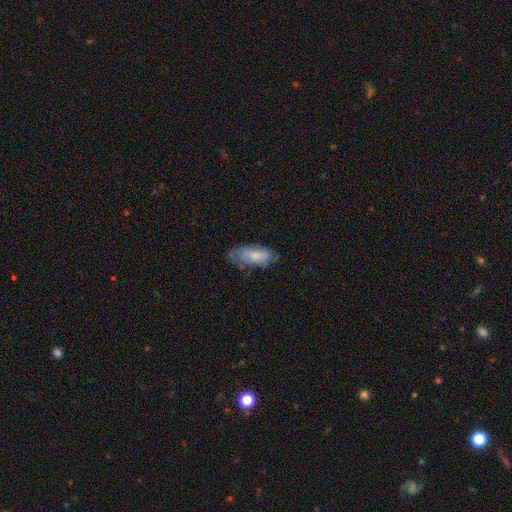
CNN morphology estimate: Smooth or featured? smooth (67%)
How rounded? in between (85%)
Merging? none (45%)